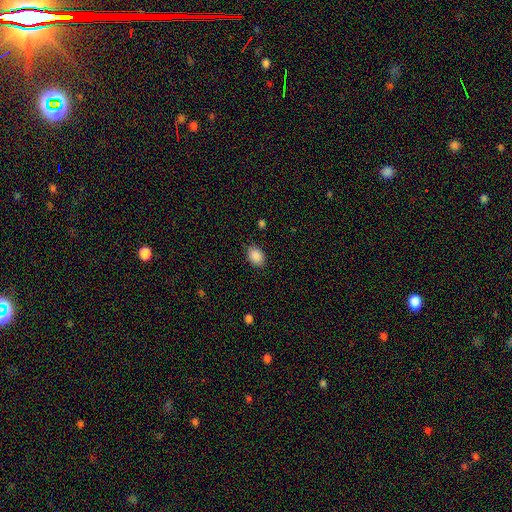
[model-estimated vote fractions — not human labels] This is clearly a smooth galaxy (89%). How rounded: likely in between (74%). Merging: clearly none (85%).